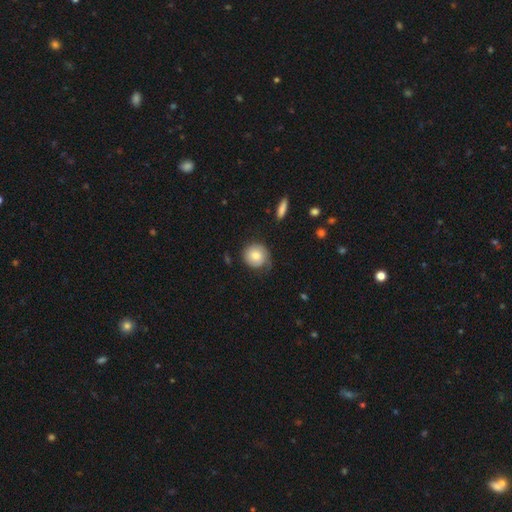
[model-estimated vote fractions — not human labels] A smooth galaxy with no disk features (69%) that is round (87%). Merging: none (62%).